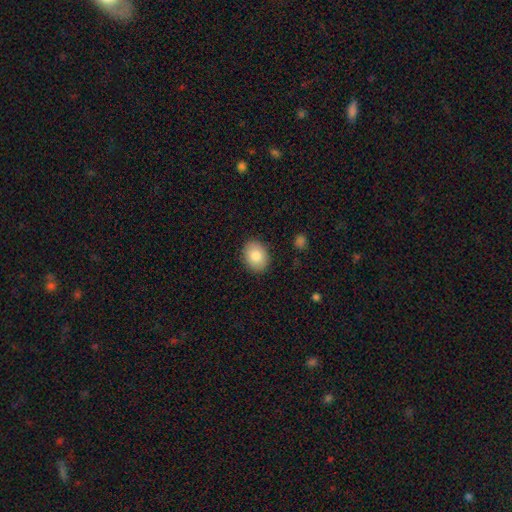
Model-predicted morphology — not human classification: Smooth or featured: smooth — 83% (featured or disk — 9%)
How rounded: in between — 62% (round — 37%)
Merging: none — 88% (minor disturbance — 8%)